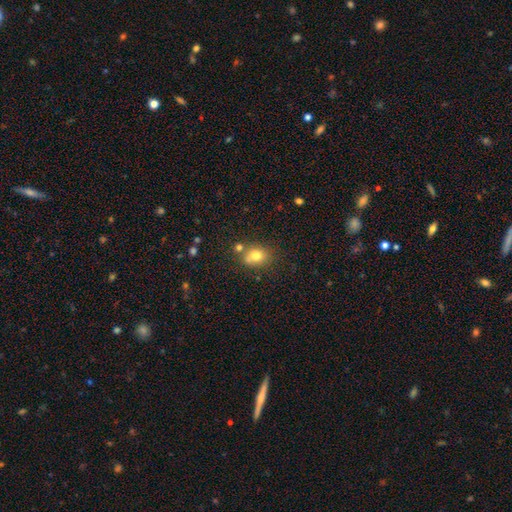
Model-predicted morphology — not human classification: The model was most divided on "how rounded": in between: 56%, round: 43%, cigar-shaped: 1%. More confident: smooth or featured — smooth (76%); merging — none (63%).